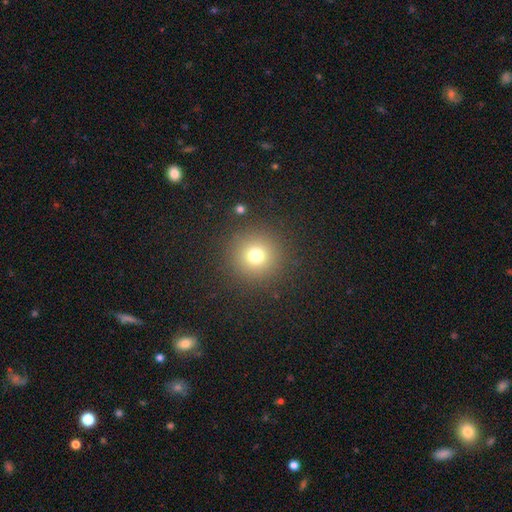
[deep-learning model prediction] The model was most divided on "smooth or featured": smooth: 74%, star or artifact: 17%, featured or disk: 9%. More confident: how rounded — round (95%); merging — none (89%).